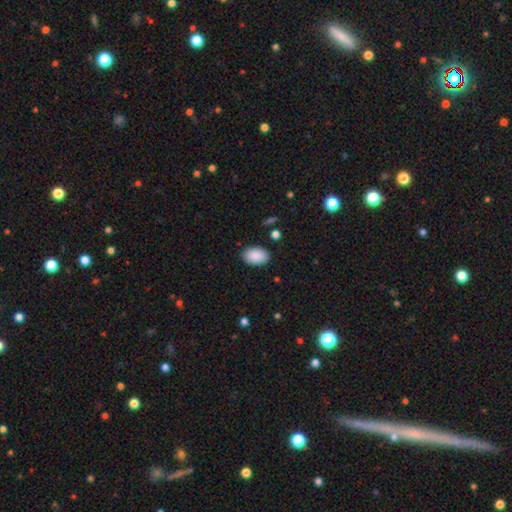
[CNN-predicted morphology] Q: Smooth or featured?
A: smooth (89%); runner-up: star or artifact (6%)
Q: How rounded?
A: in between (90%); runner-up: round (9%)
Q: Merging?
A: none (88%); runner-up: minor disturbance (8%)